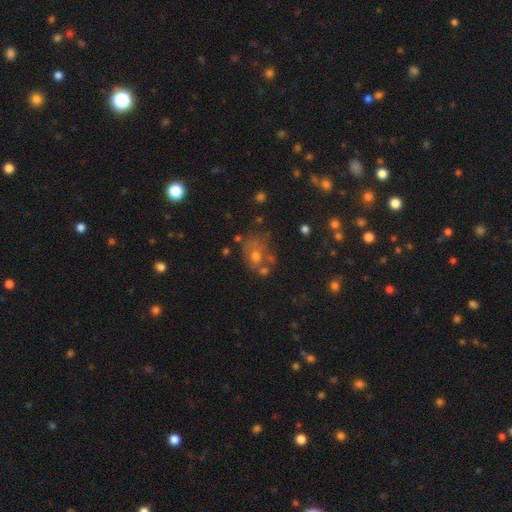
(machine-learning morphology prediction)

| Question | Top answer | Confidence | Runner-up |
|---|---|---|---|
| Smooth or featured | smooth | 55% | featured or disk (26%) |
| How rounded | round | 50% | in between (49%) |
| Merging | none | 46% | minor disturbance (21%) |